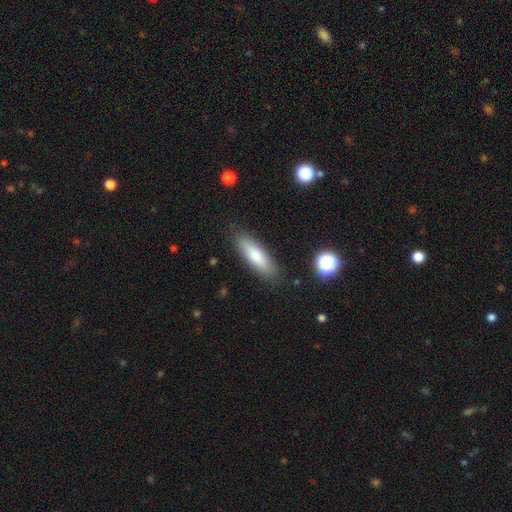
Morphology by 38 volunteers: smooth_or_featured: smooth (p=0.76) [alt: featured or disk p=0.16]
how_rounded: cigar-shaped (p=0.62) [alt: in between p=0.38]
merging: none (p=0.91) [alt: minor disturbance p=0.06]